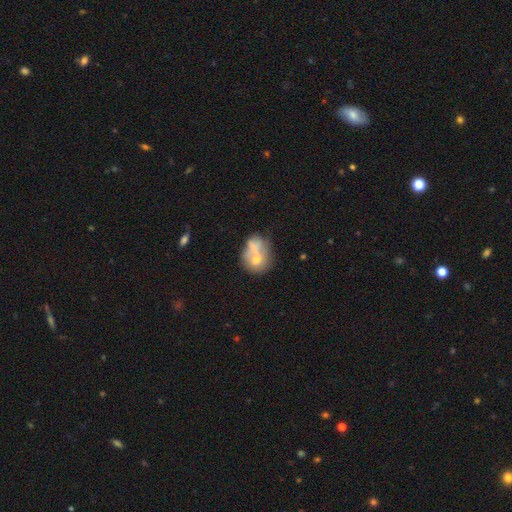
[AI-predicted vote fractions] A smooth galaxy with no disk features (59%) that is round (58%).

Vote fractions:
- Smooth or featured? smooth: 59% / featured or disk: 30% / star or artifact: 11%
- How rounded? round: 58% / in between: 40% / cigar-shaped: 1%
- Merging? merger: 41% / none: 30% / minor disturbance: 16% / major disturbance: 13%